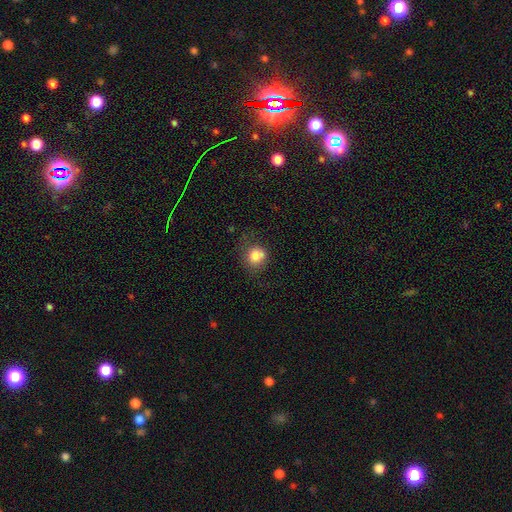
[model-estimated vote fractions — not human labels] Morphology: type=smooth (78%); roundness=round (80%); merging=none (56%).